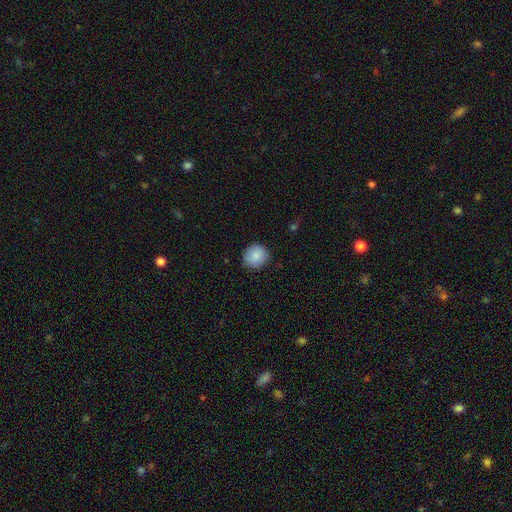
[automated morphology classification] smooth 87%, star or artifact 7%, featured or disk 6%. Down the decision tree: how rounded — round (87%); merging — none (87%).